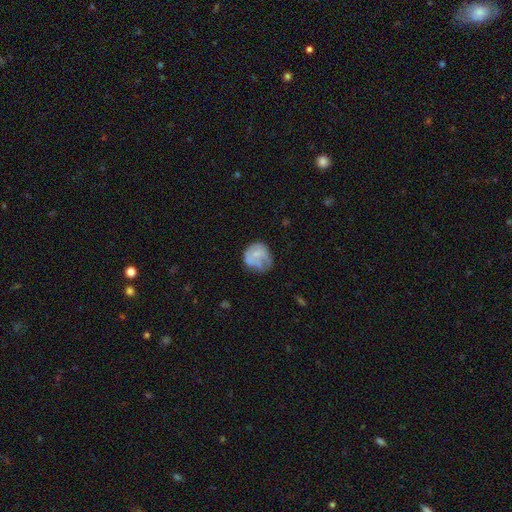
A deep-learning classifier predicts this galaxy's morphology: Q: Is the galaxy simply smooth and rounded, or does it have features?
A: smooth — 53%.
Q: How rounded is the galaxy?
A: round — 80%.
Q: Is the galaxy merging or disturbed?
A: none — 49%.